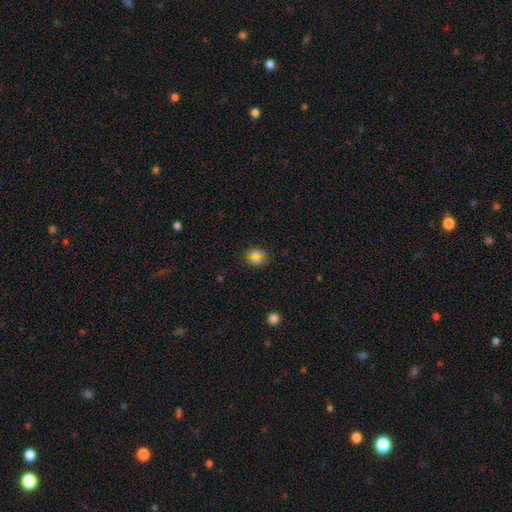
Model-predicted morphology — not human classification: smooth_or_featured: smooth (p=0.65) [alt: star or artifact p=0.26]
how_rounded: round (p=0.65) [alt: in between p=0.33]
merging: none (p=0.84) [alt: minor disturbance p=0.10]